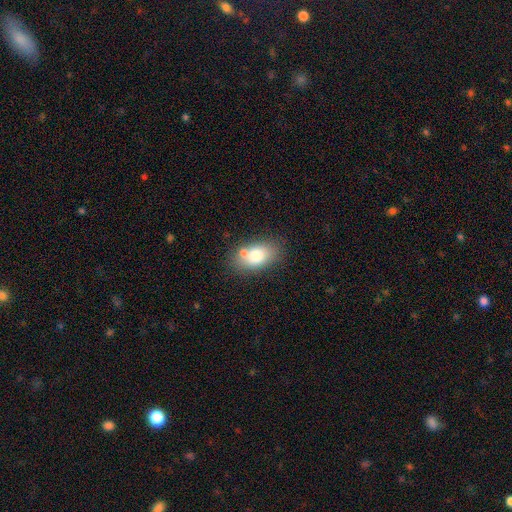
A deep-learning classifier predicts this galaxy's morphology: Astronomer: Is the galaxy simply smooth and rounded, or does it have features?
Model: smooth — 75%.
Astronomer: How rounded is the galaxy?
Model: in between — 86%.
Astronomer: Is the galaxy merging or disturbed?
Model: none — 63%.